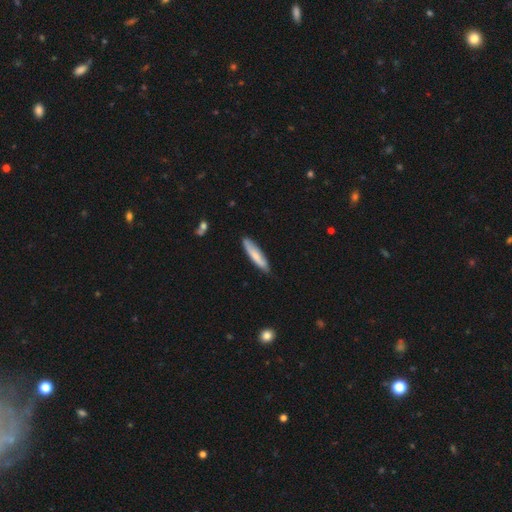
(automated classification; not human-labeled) A smooth galaxy with no disk features (72%) that is cigar-shaped (84%).

Vote fractions:
- Smooth or featured? smooth: 72% / featured or disk: 23% / star or artifact: 5%
- How rounded? cigar-shaped: 84% / in between: 15% / round: 1%
- Merging? none: 82% / minor disturbance: 15% / major disturbance: 2% / merger: 2%